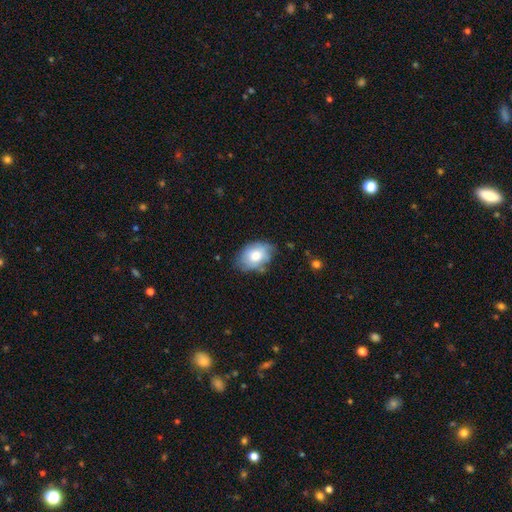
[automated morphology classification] Smooth or featured?
  - smooth: 71% *
  - featured or disk: 22%
  - star or artifact: 7%
How rounded?
  - in between: 80% *
  - round: 18%
  - cigar-shaped: 1%
Merging?
  - none: 60% *
  - minor disturbance: 30%
  - major disturbance: 7%
  - merger: 3%